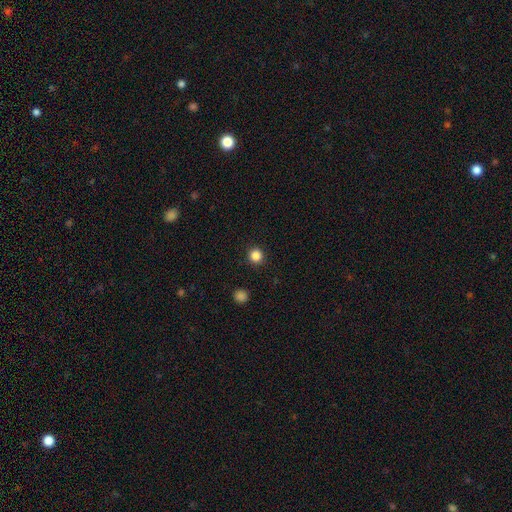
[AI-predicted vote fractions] Q: Smooth or featured?
A: smooth (85%); runner-up: star or artifact (12%)
Q: How rounded?
A: round (94%); runner-up: in between (5%)
Q: Merging?
A: none (92%); runner-up: minor disturbance (5%)